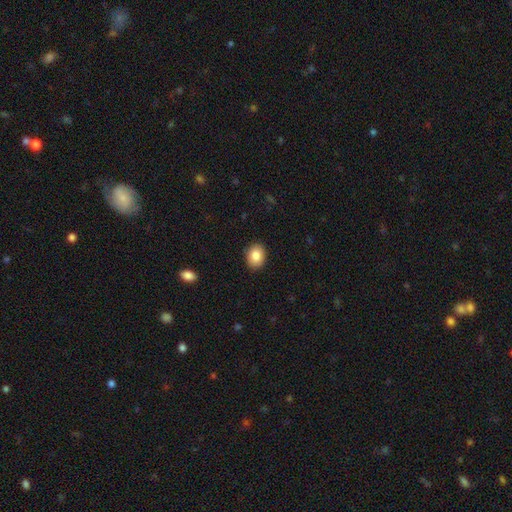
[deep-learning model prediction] Morphology: type=smooth (85%); roundness=in between (58%); merging=none (90%).